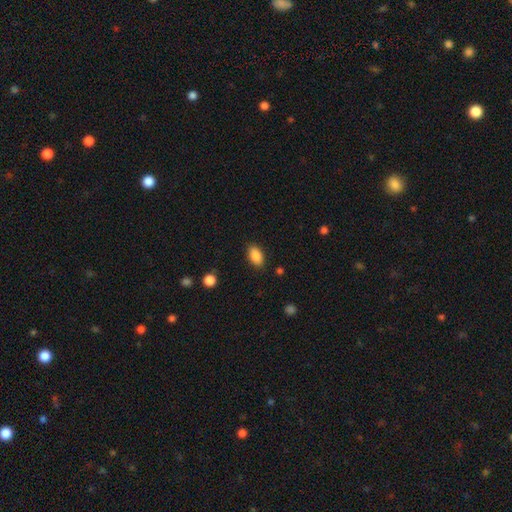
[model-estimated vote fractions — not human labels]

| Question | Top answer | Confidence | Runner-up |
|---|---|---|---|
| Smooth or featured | smooth | 88% | star or artifact (8%) |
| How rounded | in between | 91% | round (6%) |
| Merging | none | 86% | minor disturbance (10%) |